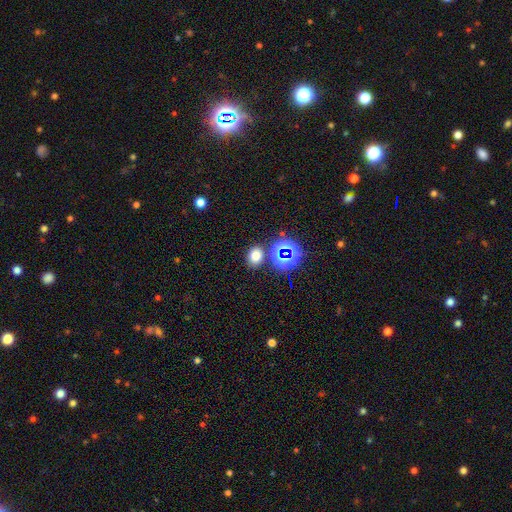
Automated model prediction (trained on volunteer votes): Smooth or featured? smooth (69%)
How rounded? in between (52%)
Merging? none (78%)